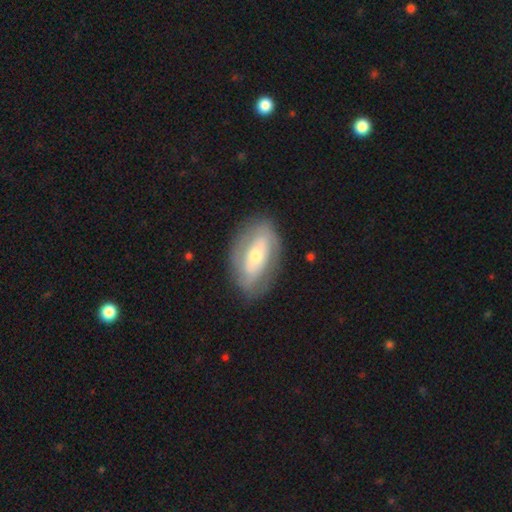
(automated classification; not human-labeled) Smooth or featured?
  - featured or disk: 60% *
  - smooth: 34%
  - star or artifact: 6%
Edge-on disk?
  - no: 91% *
  - yes: 9%
Bar?
  - no: 50% *
  - weak: 27%
  - strong: 23%
Spiral arms?
  - no: 52% *
  - yes: 48%
Bulge size?
  - moderate: 60% *
  - small: 31%
  - large: 7%
  - dominant: 1%
  - none: 1%
Merging?
  - none: 78% *
  - minor disturbance: 15%
  - major disturbance: 6%
  - merger: 1%